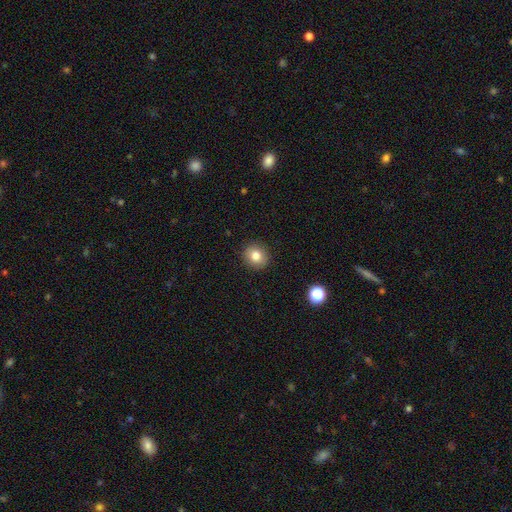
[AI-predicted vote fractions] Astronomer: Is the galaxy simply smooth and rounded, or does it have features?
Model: smooth — 82%.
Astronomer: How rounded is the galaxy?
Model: round — 85%.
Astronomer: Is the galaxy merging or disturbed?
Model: none — 91%.